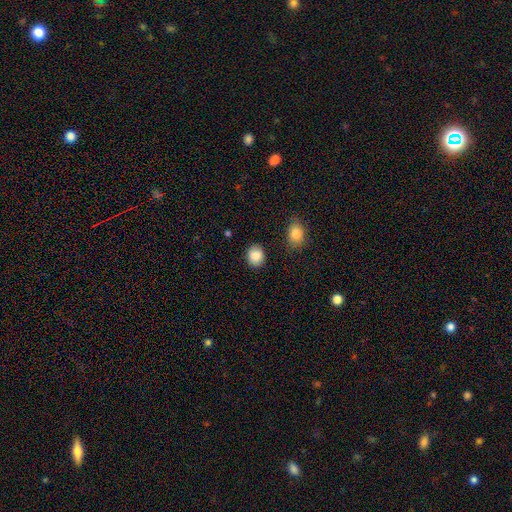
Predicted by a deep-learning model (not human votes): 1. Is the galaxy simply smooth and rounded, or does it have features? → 86% smooth, 8% star or artifact, 6% featured or disk.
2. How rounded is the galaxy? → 63% round, 36% in between, 1% cigar-shaped.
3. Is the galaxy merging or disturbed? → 85% none, 10% minor disturbance, 2% merger, 2% major disturbance.